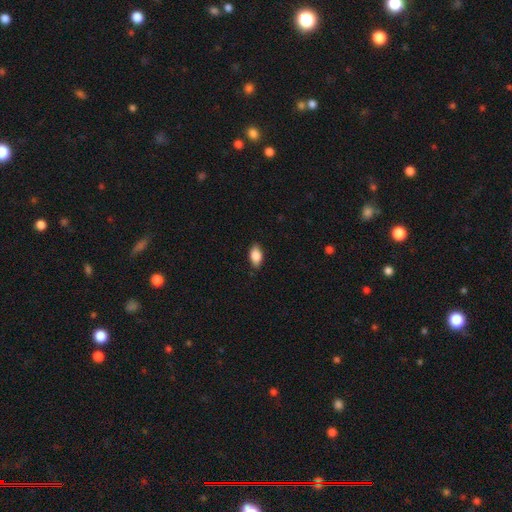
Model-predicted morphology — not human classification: A smooth galaxy with no disk features (86%) that is in between round and cigar-shaped (91%). Merging: none (85%).